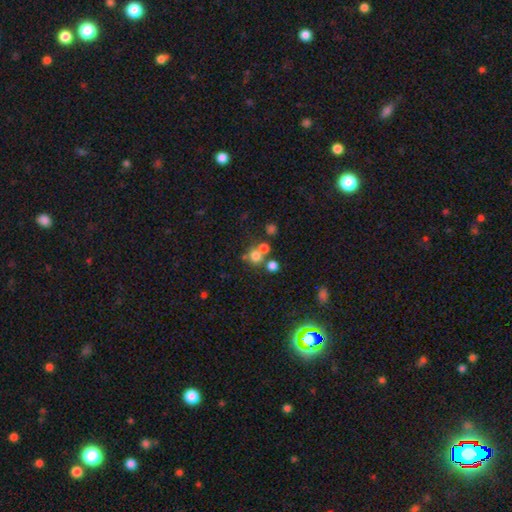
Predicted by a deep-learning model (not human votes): This appears to be a smooth galaxy with no disk features (69%) that is round (87%). Merging: none (54%).